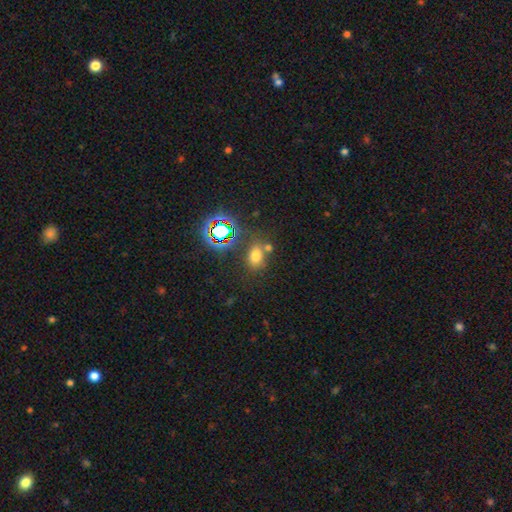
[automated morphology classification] This appears to be a smooth galaxy with no disk features (64%) that is in between round and cigar-shaped (66%). Merging: none (66%).